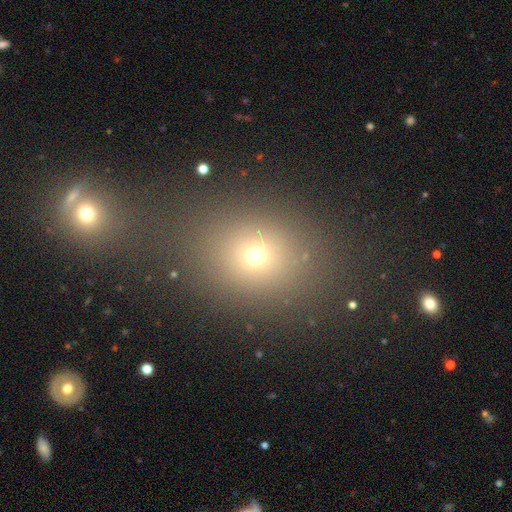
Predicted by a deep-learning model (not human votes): Smooth or featured? smooth (65%)
How rounded? round (60%)
Merging? none (67%)